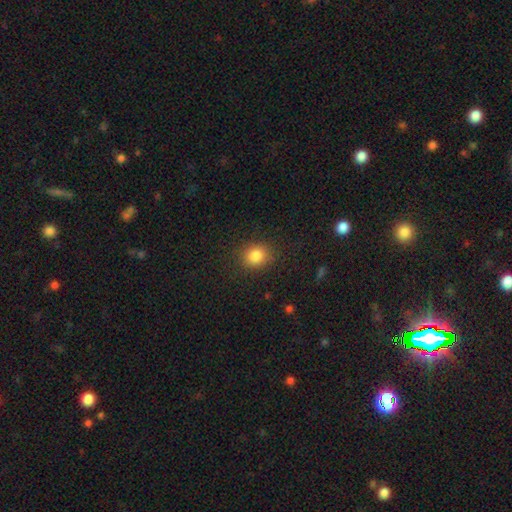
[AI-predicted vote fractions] smooth_or_featured: smooth (p=0.84) [alt: star or artifact p=0.11]
how_rounded: round (p=0.70) [alt: in between p=0.29]
merging: none (p=0.86) [alt: minor disturbance p=0.09]